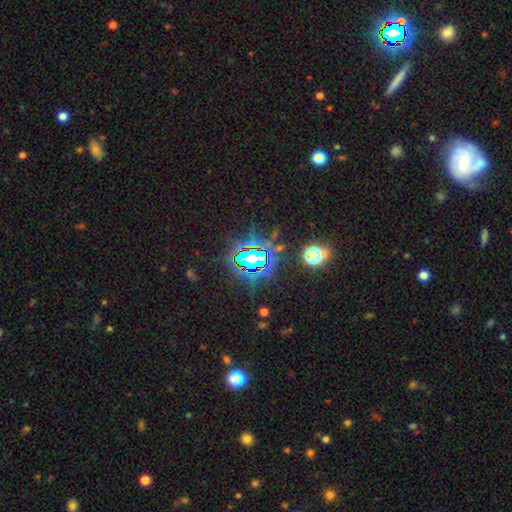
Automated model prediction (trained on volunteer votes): Q: Smooth or featured?
A: star or artifact (82%); runner-up: smooth (11%)